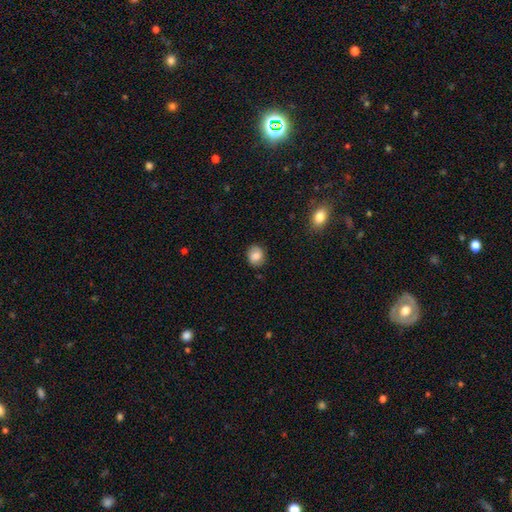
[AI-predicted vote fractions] This is clearly a smooth galaxy (83%). How rounded: likely round (70%). Merging: clearly none (84%).